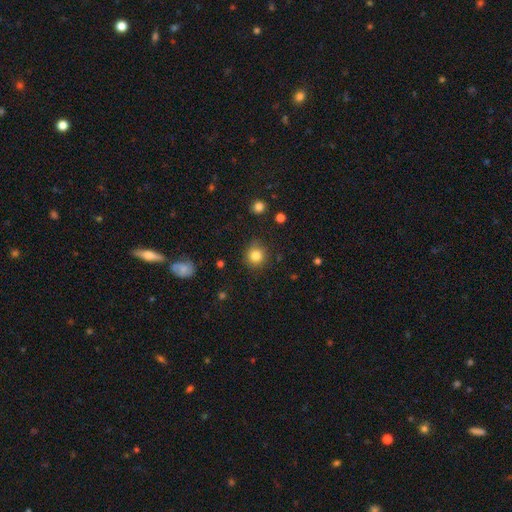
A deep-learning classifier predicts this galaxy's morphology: Overall: smooth (84%). How rounded: round (90%). Merging: none (84%).